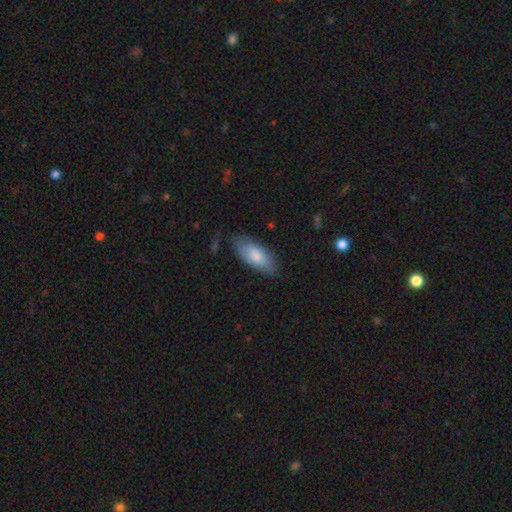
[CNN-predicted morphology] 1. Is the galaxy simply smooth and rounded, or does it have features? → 81% smooth, 14% featured or disk, 6% star or artifact.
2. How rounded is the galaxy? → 85% in between, 13% cigar-shaped, 2% round.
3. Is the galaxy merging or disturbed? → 74% none, 20% minor disturbance, 4% major disturbance, 2% merger.